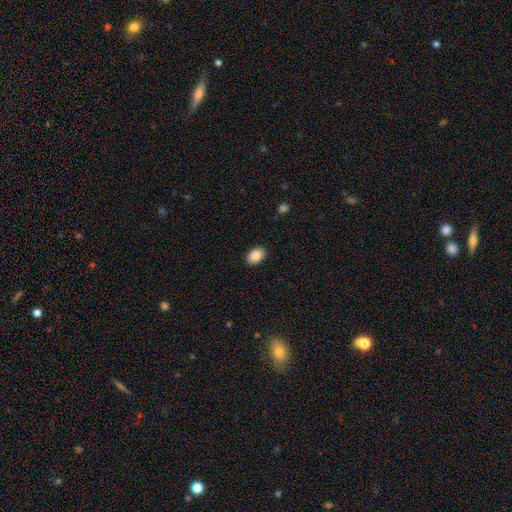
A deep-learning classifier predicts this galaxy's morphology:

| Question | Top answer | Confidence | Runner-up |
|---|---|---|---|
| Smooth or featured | smooth | 86% | star or artifact (8%) |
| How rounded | in between | 82% | round (17%) |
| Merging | none | 90% | minor disturbance (8%) |